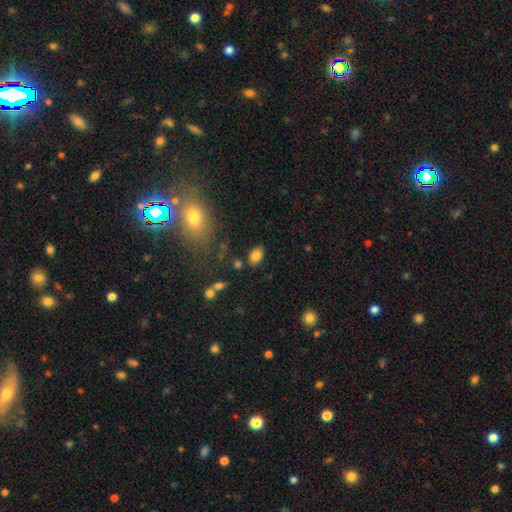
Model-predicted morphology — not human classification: Smooth or featured?
  - smooth: 82% *
  - star or artifact: 10%
  - featured or disk: 8%
How rounded?
  - in between: 84% *
  - round: 14%
  - cigar-shaped: 1%
Merging?
  - none: 80% *
  - minor disturbance: 12%
  - merger: 4%
  - major disturbance: 4%